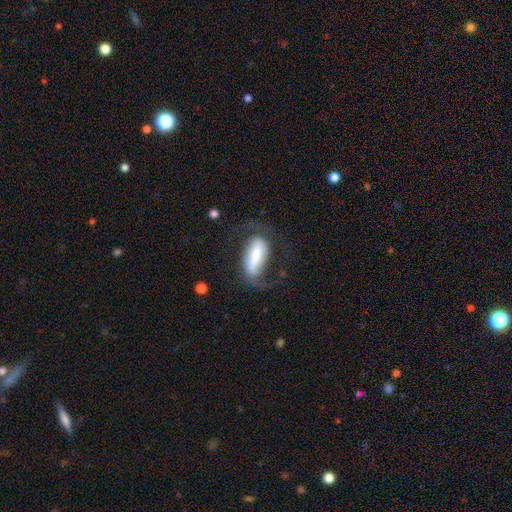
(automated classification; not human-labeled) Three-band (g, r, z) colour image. It shows a featured or disk galaxy (59%) with a strong bar (59%), spiral arms (85%) and a small central bulge (31%, tied with moderate). Merging: none (54%).